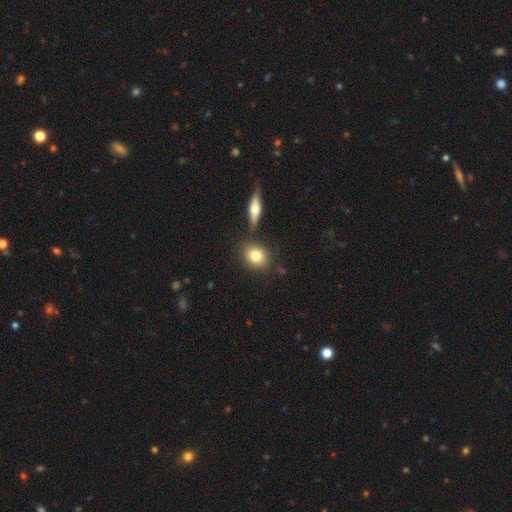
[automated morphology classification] Overall: smooth (80%). How rounded: round (56%; in between 42%). Merging: none (76%).